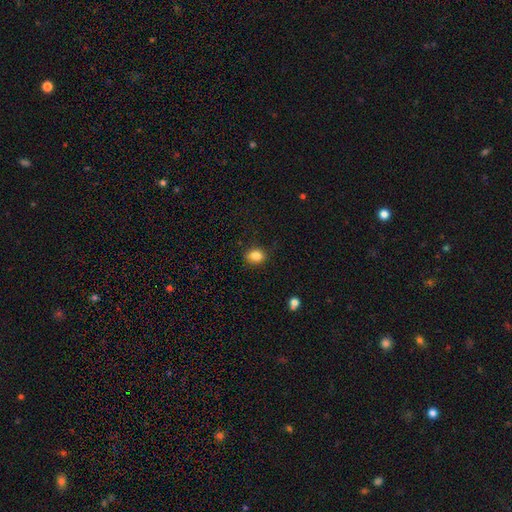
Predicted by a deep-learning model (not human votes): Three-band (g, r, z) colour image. It shows a smooth galaxy with no disk features (86%) that is in between round and cigar-shaped (51%). Merging: none (82%).